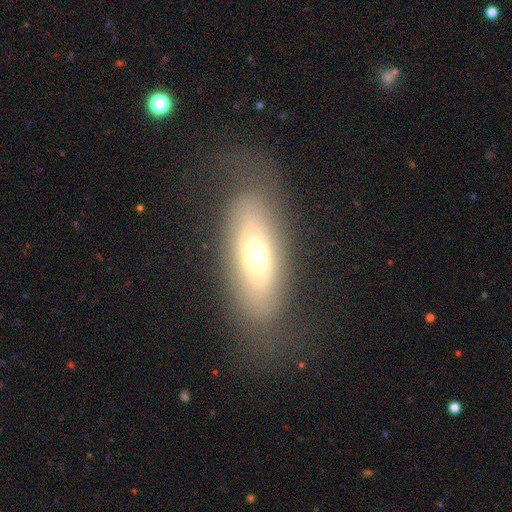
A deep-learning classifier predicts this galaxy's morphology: smooth-or-featured: smooth: 50% | featured or disk: 40% | star or artifact: 9%
  how-rounded: in between: 70% | cigar-shaped: 25% | round: 5%
  merging: none: 70% | minor disturbance: 16% | major disturbance: 12% | merger: 2%